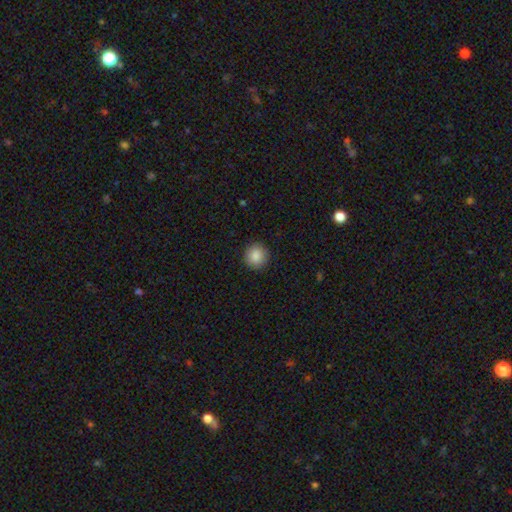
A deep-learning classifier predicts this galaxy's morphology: Smooth or featured? Predicted: smooth (p=0.87). How rounded? Predicted: round (p=0.92). Merging? Predicted: none (p=0.91).